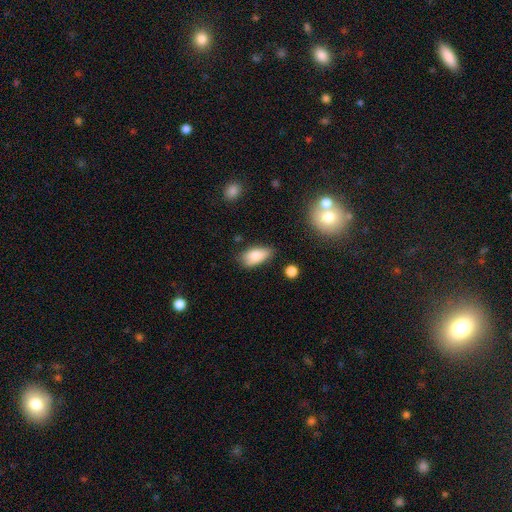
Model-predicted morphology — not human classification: A smooth galaxy with no disk features (83%) that is in between round and cigar-shaped (90%).

Vote fractions:
- Smooth or featured? smooth: 83% / featured or disk: 9% / star or artifact: 8%
- How rounded? in between: 90% / cigar-shaped: 6% / round: 4%
- Merging? none: 62% / minor disturbance: 29% / major disturbance: 6% / merger: 3%